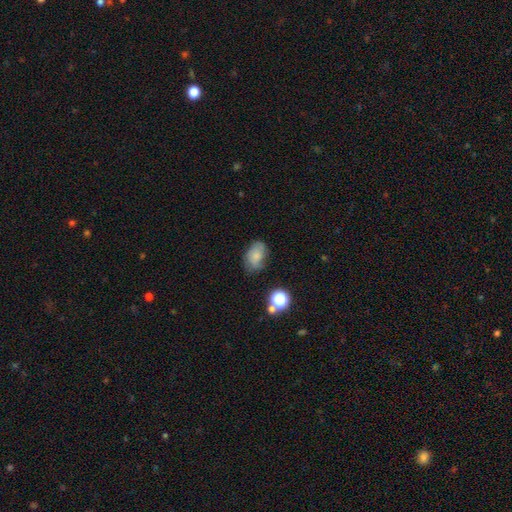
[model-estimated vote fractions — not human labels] Smooth or featured? Predicted: smooth (p=0.72). How rounded? Predicted: in between (p=0.83). Merging? Predicted: none (p=0.64).